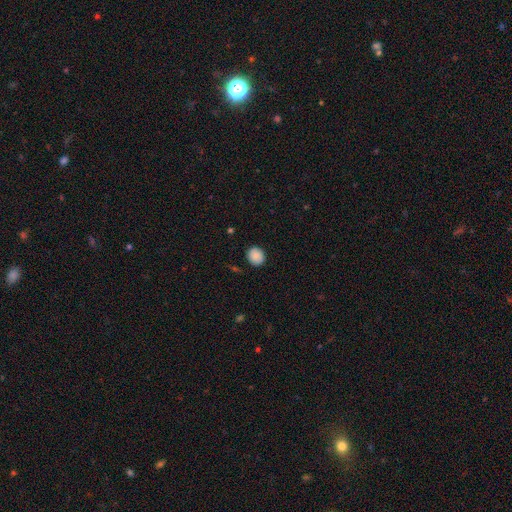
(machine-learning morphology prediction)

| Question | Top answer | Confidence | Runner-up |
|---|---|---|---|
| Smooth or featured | smooth | 85% | star or artifact (8%) |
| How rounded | round | 79% | in between (20%) |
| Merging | none | 87% | minor disturbance (10%) |